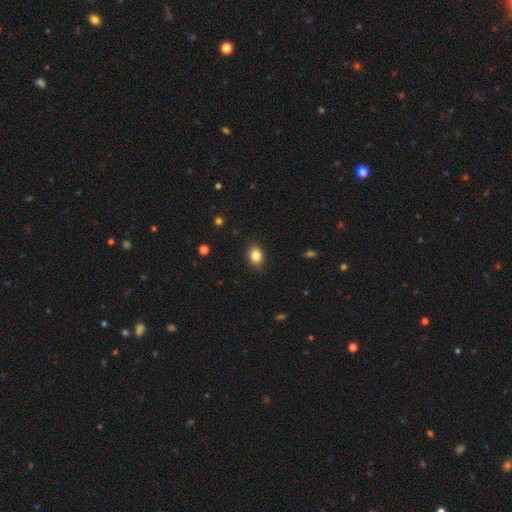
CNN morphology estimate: This is clearly a smooth galaxy (85%). How rounded: likely in between (66%). Merging: clearly none (87%).